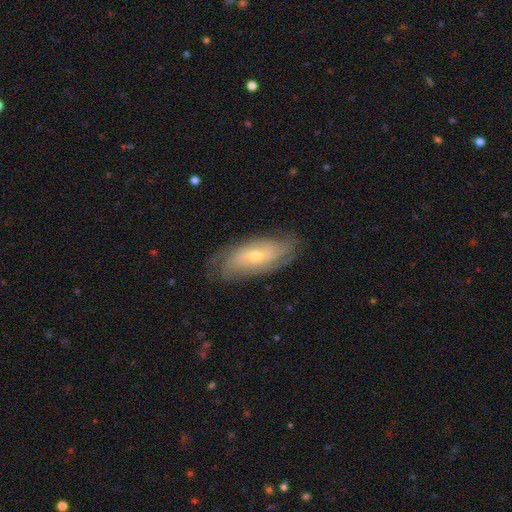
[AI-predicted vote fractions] Smooth or featured: featured or disk — 73% (smooth — 20%)
Edge-on disk: no — 86% (yes — 14%)
Bar: no — 65% (weak — 28%)
Spiral arms: yes — 89% (no — 11%)
Spiral winding: tight — 57% (medium — 31%)
Spiral arm count: can't tell — 48% (2 — 22%)
Bulge size: small — 59% (moderate — 38%)
Merging: none — 76% (minor disturbance — 18%)